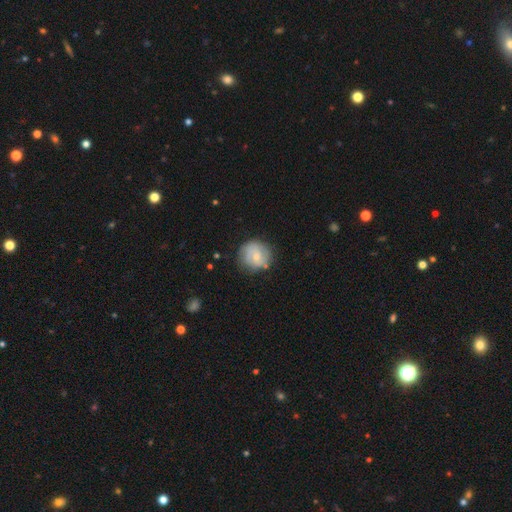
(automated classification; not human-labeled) Smooth or featured? Predicted: smooth (p=0.55). How rounded? Predicted: round (p=0.87). Merging? Predicted: none (p=0.73).